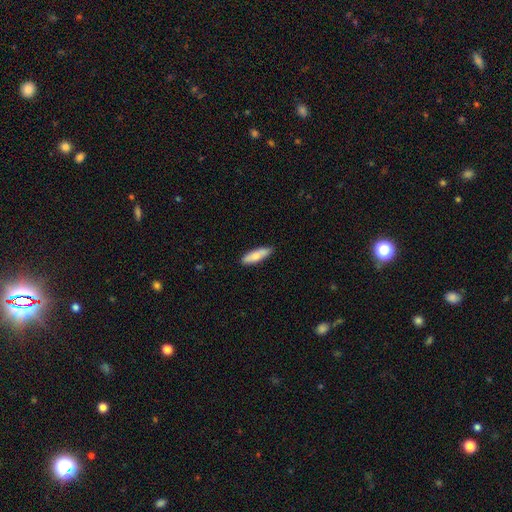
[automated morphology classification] Smooth or featured? smooth (74%)
How rounded? cigar-shaped (58%)
Merging? none (85%)